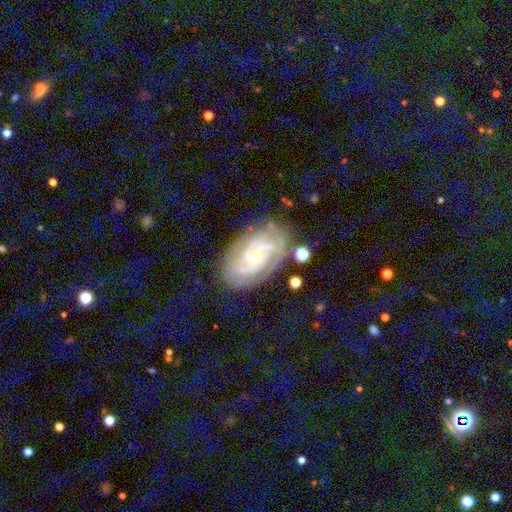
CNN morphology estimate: Smooth or featured: featured or disk — 83% (smooth — 10%)
Edge-on disk: no — 96% (yes — 4%)
Bar: no — 65% (weak — 28%)
Spiral arms: yes — 94% (no — 6%)
Spiral winding: tight — 65% (medium — 29%)
Spiral arm count: 2 — 42% (can't tell — 27%)
Bulge size: small — 74% (moderate — 19%)
Merging: none — 72% (minor disturbance — 17%)